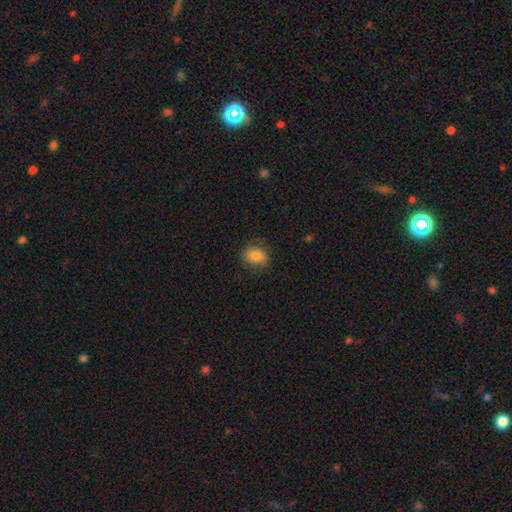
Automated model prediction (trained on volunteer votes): Morphology: type=smooth (85%); roundness=in between (64%); merging=none (81%).